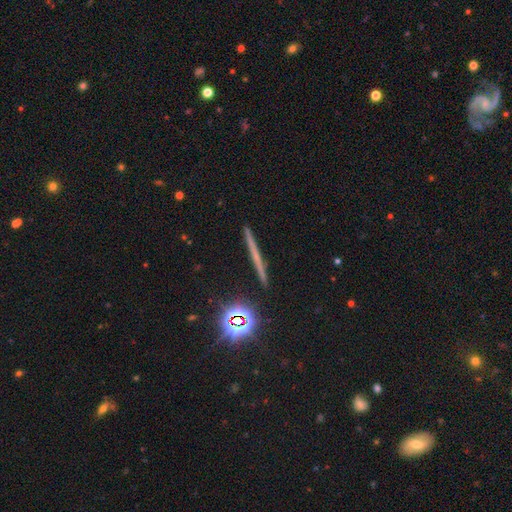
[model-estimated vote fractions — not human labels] smooth_or_featured: featured or disk (p=0.44) [alt: smooth p=0.32]
merging: none (p=0.91) [alt: minor disturbance p=0.06]